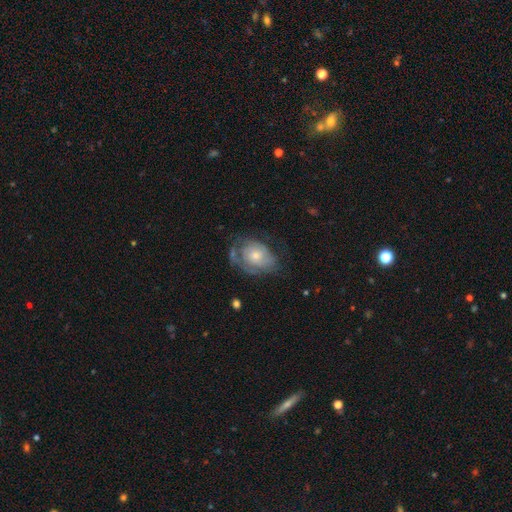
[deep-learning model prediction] Smooth or featured? featured or disk (54%)
Edge-on disk? no (96%)
Bar? no (84%)
Spiral arms? yes (60%)
Bulge size? small (46%, tied with moderate)
Merging? none (45%)